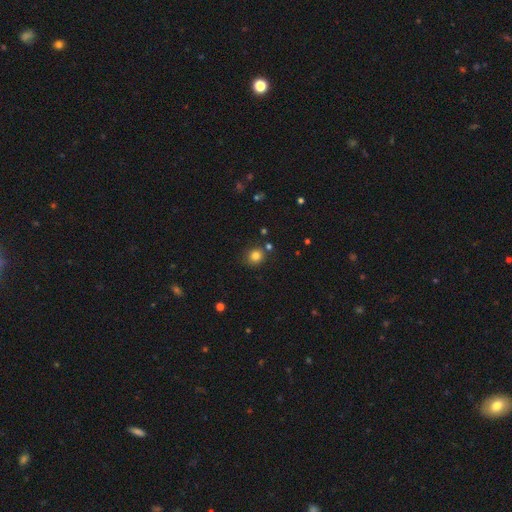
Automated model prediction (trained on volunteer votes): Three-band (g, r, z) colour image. It shows a smooth galaxy with no disk features (81%) that is round (85%). Merging: none (81%).